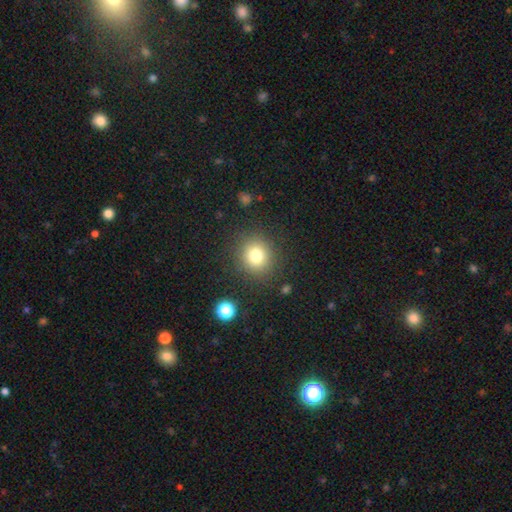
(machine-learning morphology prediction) Smooth or featured?
  - smooth: 78% *
  - star or artifact: 14%
  - featured or disk: 9%
How rounded?
  - round: 86% *
  - in between: 14%
  - cigar-shaped: 1%
Merging?
  - none: 87% *
  - minor disturbance: 7%
  - major disturbance: 4%
  - merger: 2%